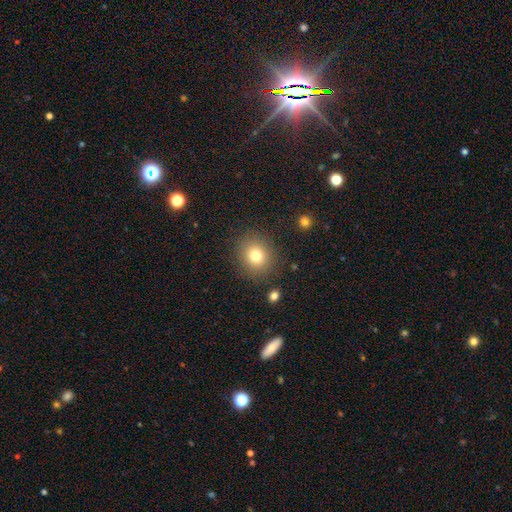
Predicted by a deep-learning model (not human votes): This appears to be a smooth galaxy with no disk features (78%) that is round (79%). Merging: none (86%).